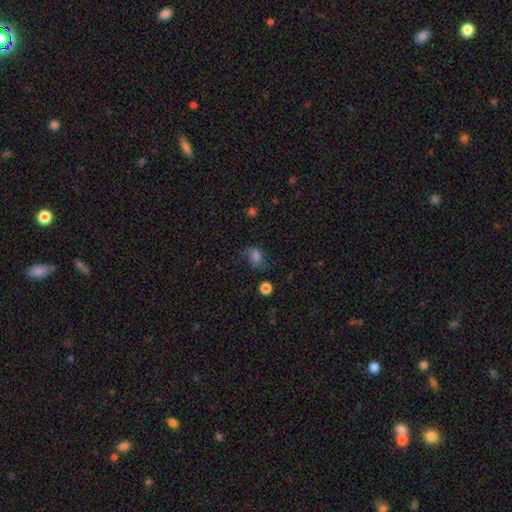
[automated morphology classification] Smooth or featured? Predicted: smooth (p=0.47). Merging? Predicted: none (p=0.53).